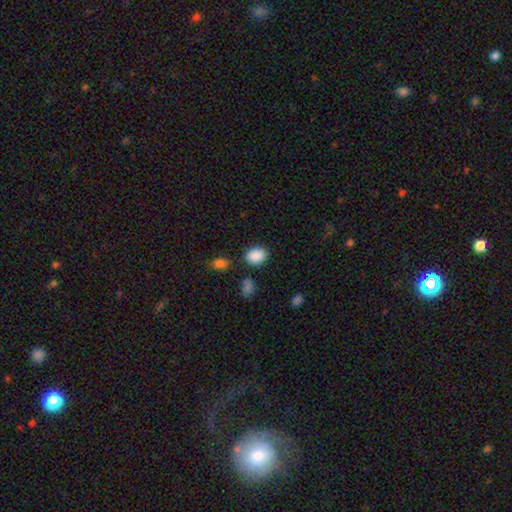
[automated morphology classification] This appears to be a smooth galaxy with no disk features (89%) that is in between round and cigar-shaped (72%). Merging: none (81%).